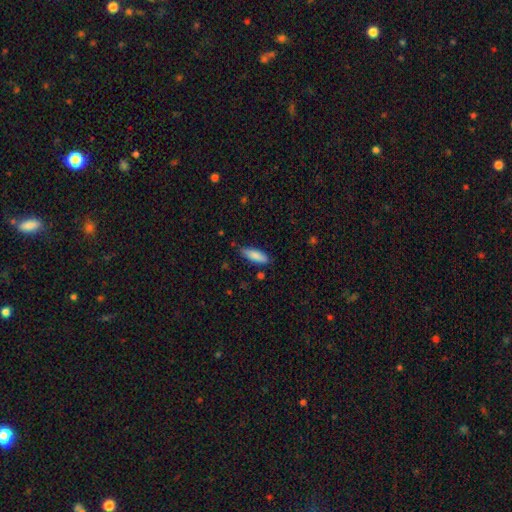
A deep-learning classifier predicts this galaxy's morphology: This is clearly a smooth galaxy (86%). How rounded: possibly in between (54%). Merging: likely none (78%).